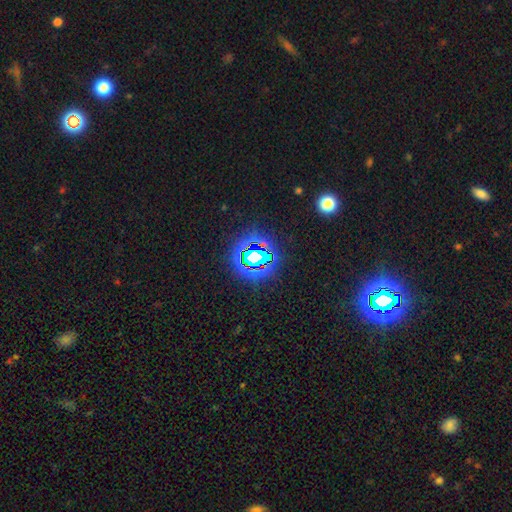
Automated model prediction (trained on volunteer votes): Smooth or featured?
  - star or artifact: 73% *
  - smooth: 16%
  - featured or disk: 11%